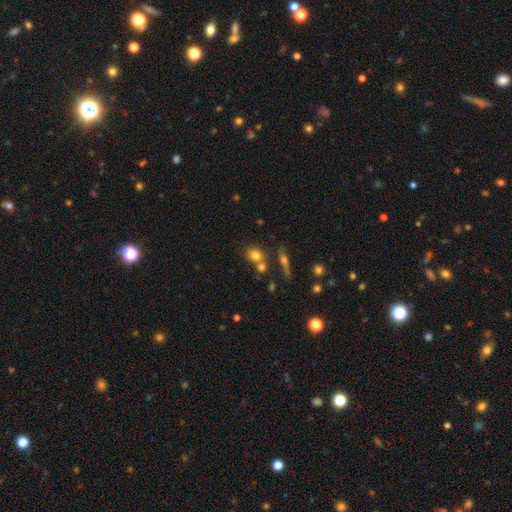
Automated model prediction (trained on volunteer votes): Q: Smooth or featured?
A: smooth (77%); runner-up: featured or disk (12%)
Q: How rounded?
A: round (68%); runner-up: in between (30%)
Q: Merging?
A: none (55%); runner-up: merger (31%)